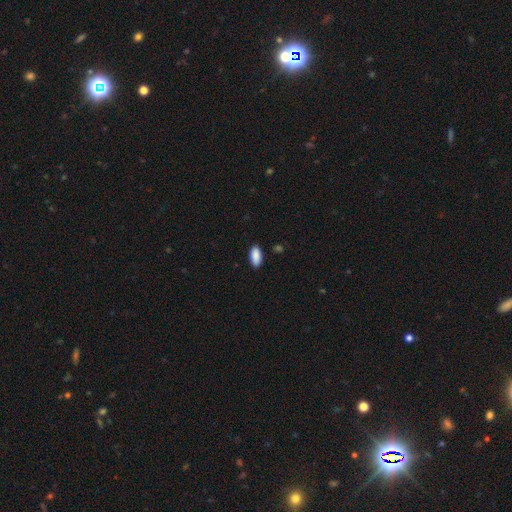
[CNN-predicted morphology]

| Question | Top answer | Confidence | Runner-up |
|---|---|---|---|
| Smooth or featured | smooth | 90% | star or artifact (6%) |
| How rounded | in between | 88% | cigar-shaped (10%) |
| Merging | none | 88% | minor disturbance (9%) |